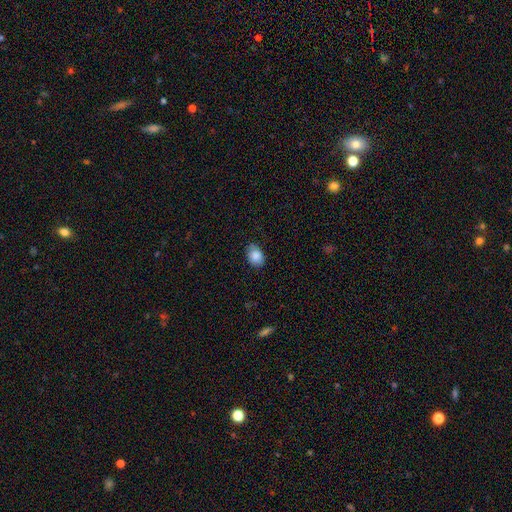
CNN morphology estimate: smooth-or-featured: smooth: 87% | star or artifact: 7% | featured or disk: 5%
  how-rounded: in between: 75% | round: 24% | cigar-shaped: 1%
  merging: none: 80% | minor disturbance: 17% | major disturbance: 3% | merger: 1%